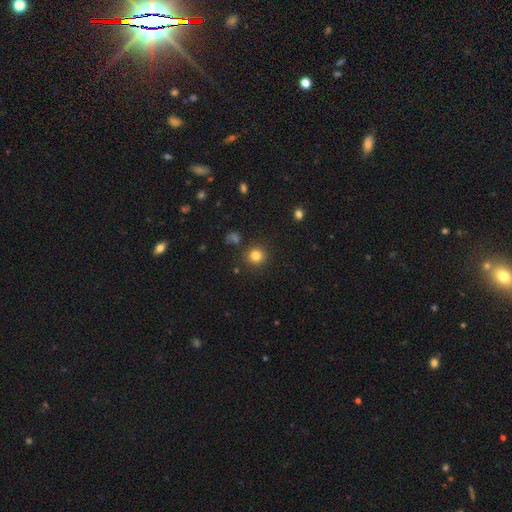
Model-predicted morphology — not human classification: This is clearly a smooth galaxy (81%). How rounded: clearly round (92%). Merging: clearly none (89%).